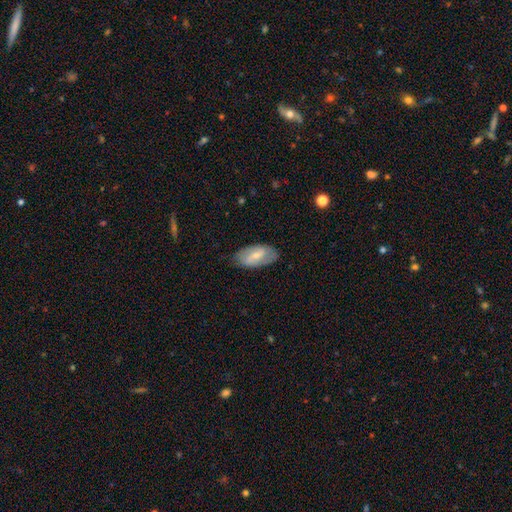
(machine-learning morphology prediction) smooth_or_featured: featured or disk (p=0.62) [alt: smooth p=0.33]
disk_edge_on: no (p=0.94) [alt: yes p=0.06]
bar: weak (p=0.50) [alt: strong p=0.32]
has_spiral_arms: yes (p=0.80) [alt: no p=0.20]
bulge_size: small (p=0.57) [alt: moderate p=0.36]
merging: none (p=0.80) [alt: minor disturbance p=0.15]